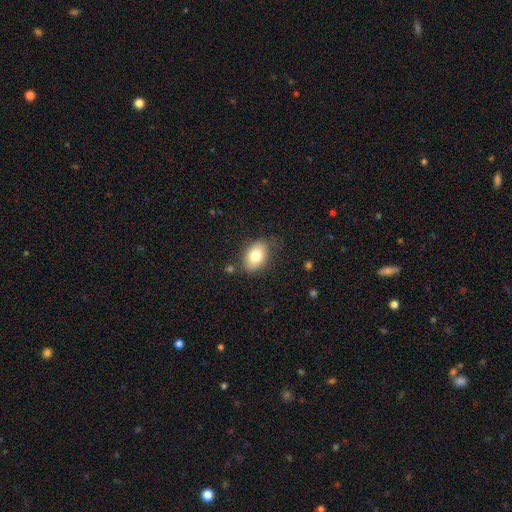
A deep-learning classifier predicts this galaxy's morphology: Smooth or featured? smooth (77%)
How rounded? in between (83%)
Merging? none (78%)